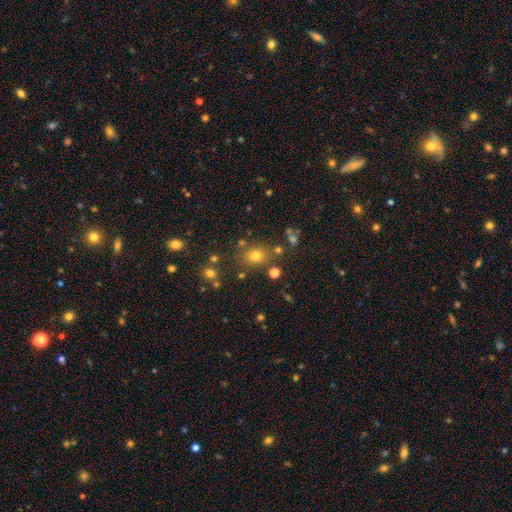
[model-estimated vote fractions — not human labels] A smooth galaxy with no disk features (72%) that is round (62%). Merging: none (78%).